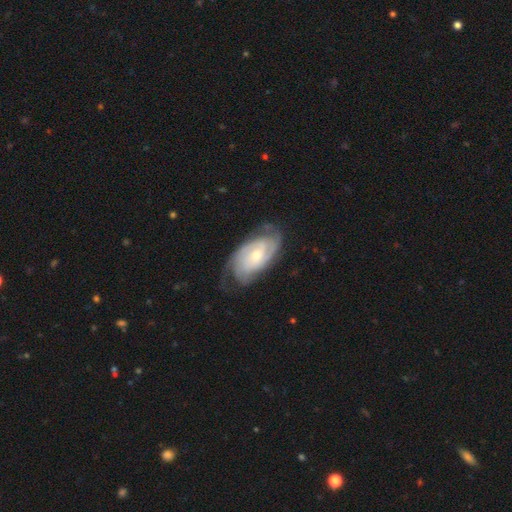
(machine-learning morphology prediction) smooth-or-featured: featured or disk: 83% | smooth: 13% | star or artifact: 5%
  disk-edge-on: no: 96% | yes: 4%
    bar: no: 59% | weak: 33% | strong: 8%
    has-spiral-arms: yes: 95% | no: 5%
      spiral-winding: tight: 60% | medium: 32% | loose: 8%
      spiral-arm-count: 2: 41% | can't tell: 27% | 3: 18% | 4: 6% | 1: 4% | more than 4: 4%
    bulge-size: small: 53% | moderate: 43% | large: 2% | none: 1% | dominant: 1%
  merging: none: 67% | minor disturbance: 22% | major disturbance: 10% | merger: 1%